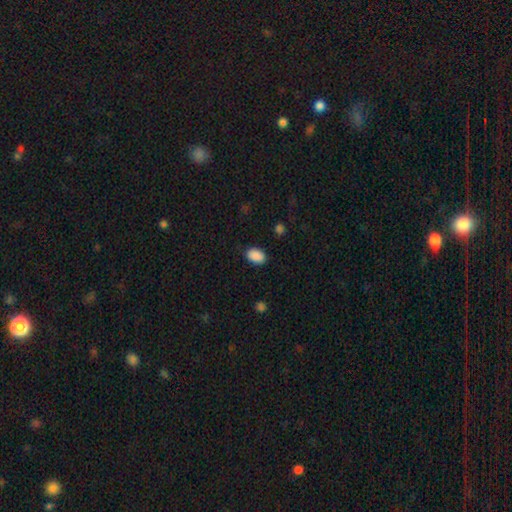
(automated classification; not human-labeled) Smooth or featured? Predicted: smooth (p=0.90). How rounded? Predicted: in between (p=0.89). Merging? Predicted: none (p=0.86).